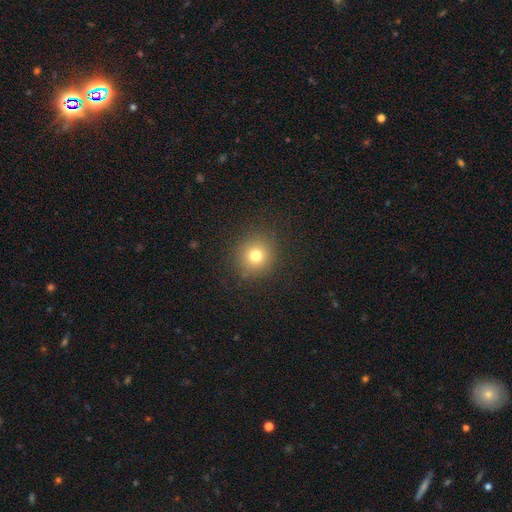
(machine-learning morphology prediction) type=smooth (75%); roundness=round (91%); merging=none (88%).